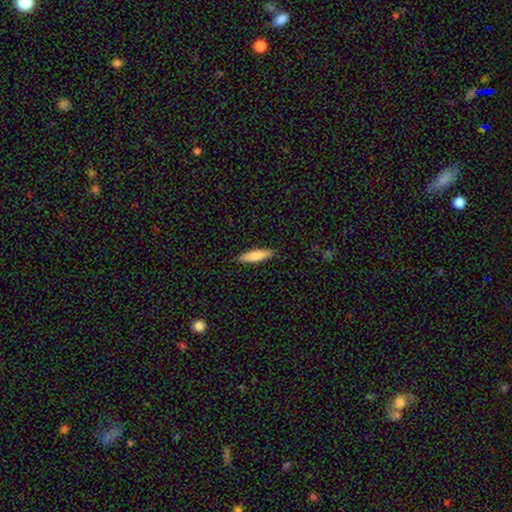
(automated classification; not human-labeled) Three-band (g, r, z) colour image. It shows a smooth galaxy with no disk features (78%) that is cigar-shaped (76%). Merging: none (89%).